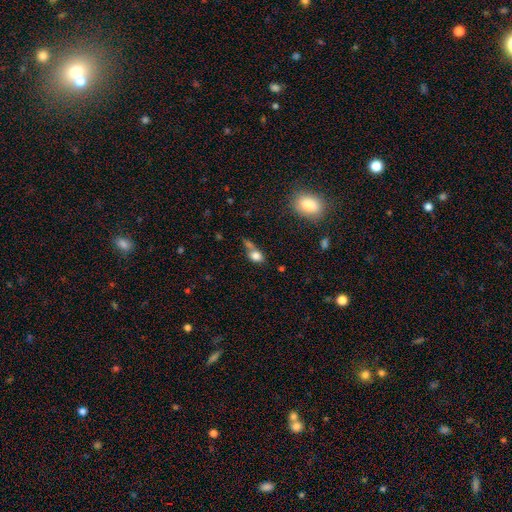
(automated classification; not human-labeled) Morphology: type=smooth (78%); roundness=in between (73%); merging=merger (41%).